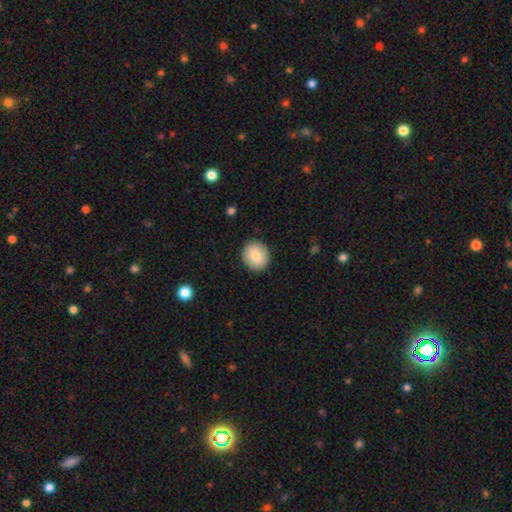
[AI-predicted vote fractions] Smooth or featured: smooth — 82% (featured or disk — 10%)
How rounded: round — 78% (in between — 21%)
Merging: none — 90% (minor disturbance — 7%)